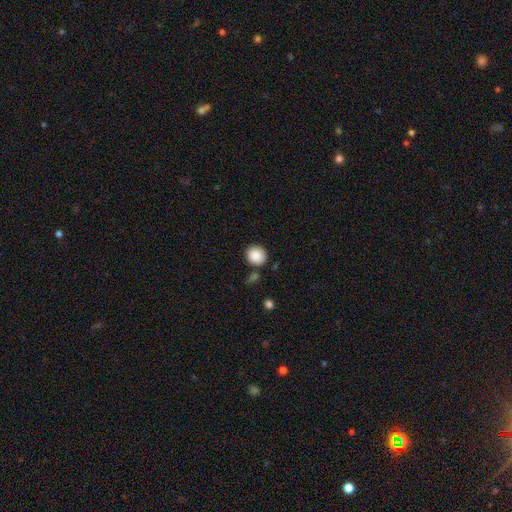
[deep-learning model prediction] smooth 89%, star or artifact 8%, featured or disk 3%. Down the decision tree: how rounded — round (80%); merging — none (80%).